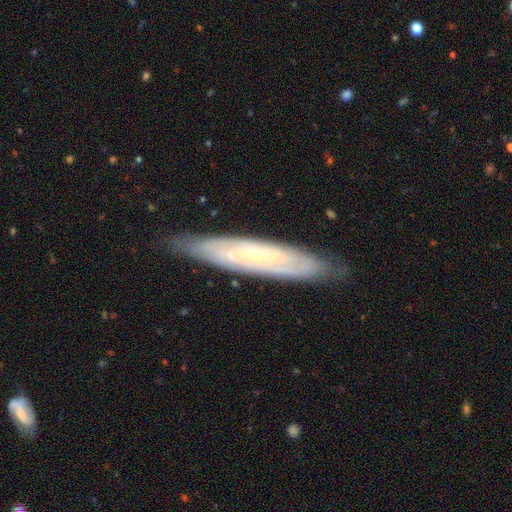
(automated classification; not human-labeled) Smooth or featured: featured or disk — 71% (smooth — 22%)
Edge-on disk: no — 55% (yes — 45%)
Merging: none — 83% (minor disturbance — 13%)